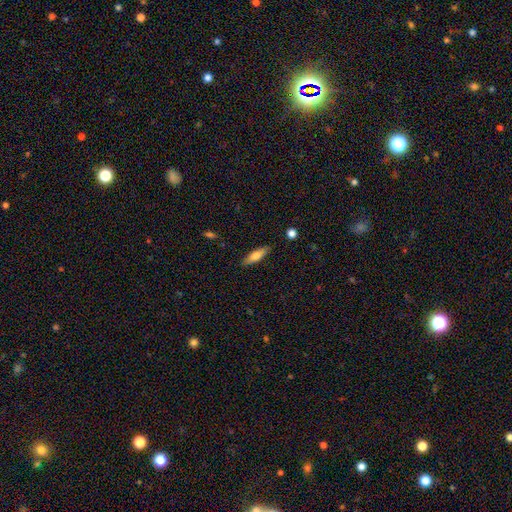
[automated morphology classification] Smooth or featured: smooth — 66% (featured or disk — 27%)
How rounded: cigar-shaped — 60% (in between — 37%)
Merging: none — 87% (minor disturbance — 9%)